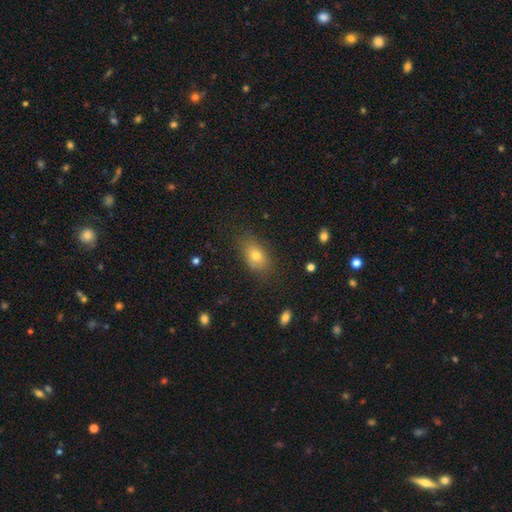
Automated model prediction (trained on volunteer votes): This appears to be a smooth galaxy with no disk features (74%) that is in between round and cigar-shaped (82%). Merging: none (78%).